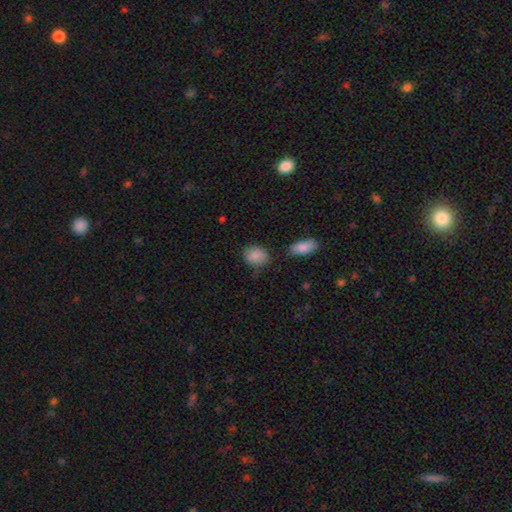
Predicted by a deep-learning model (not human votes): Smooth or featured?
  - smooth: 88% *
  - star or artifact: 8%
  - featured or disk: 5%
How rounded?
  - in between: 63% *
  - round: 36%
  - cigar-shaped: 1%
Merging?
  - none: 72% *
  - minor disturbance: 18%
  - merger: 5%
  - major disturbance: 4%